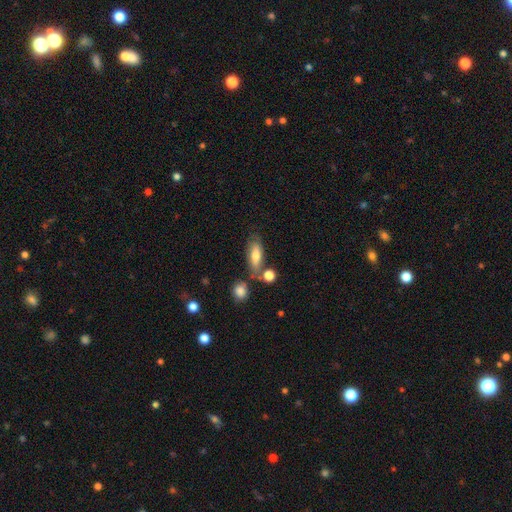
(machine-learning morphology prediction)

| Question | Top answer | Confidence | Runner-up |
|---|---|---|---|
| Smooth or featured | smooth | 70% | featured or disk (22%) |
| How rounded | in between | 67% | cigar-shaped (29%) |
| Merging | none | 60% | minor disturbance (18%) |